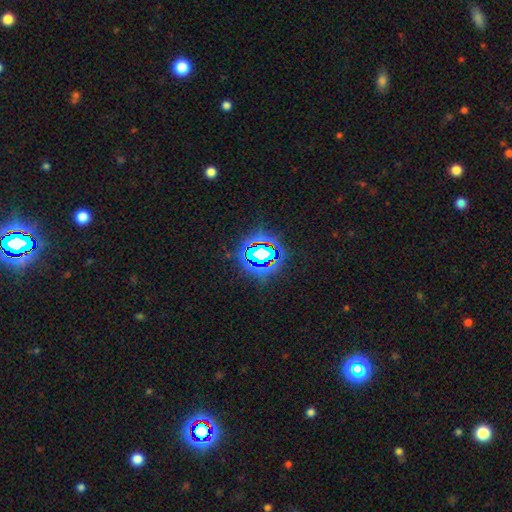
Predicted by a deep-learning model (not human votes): This appears to be a star or artifact, not a galaxy (81%).